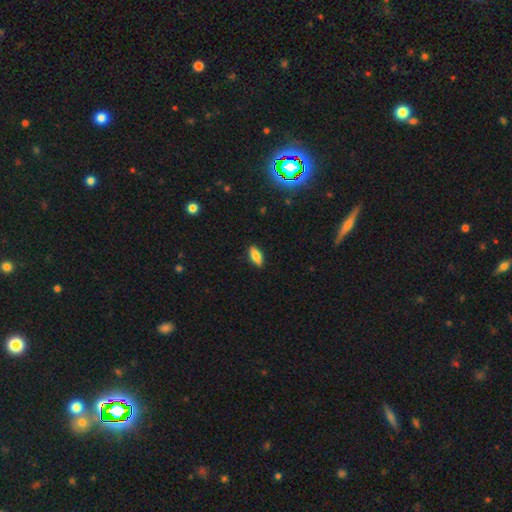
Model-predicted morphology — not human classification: Smooth or featured? Predicted: smooth (p=0.79). How rounded? Predicted: in between (p=0.79). Merging? Predicted: none (p=0.88).